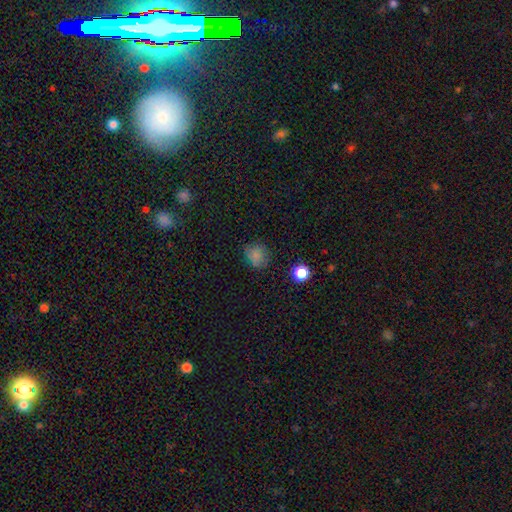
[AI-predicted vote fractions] smooth_or_featured: smooth (p=0.74) [alt: star or artifact p=0.19]
how_rounded: round (p=0.73) [alt: in between p=0.26]
merging: none (p=0.75) [alt: minor disturbance p=0.18]